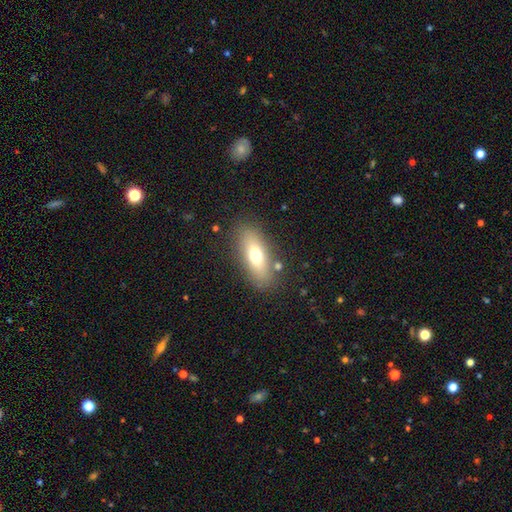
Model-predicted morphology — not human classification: type=smooth (65%); roundness=in between (70%); merging=none (82%).